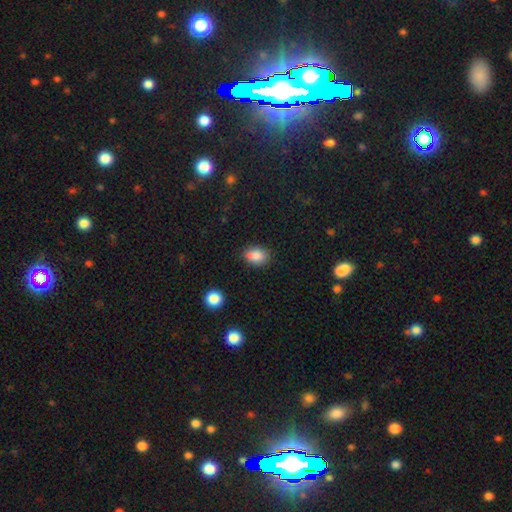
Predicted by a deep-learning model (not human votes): smooth 86%, star or artifact 9%, featured or disk 5%. Down the decision tree: how rounded — in between (78%); merging — none (79%).